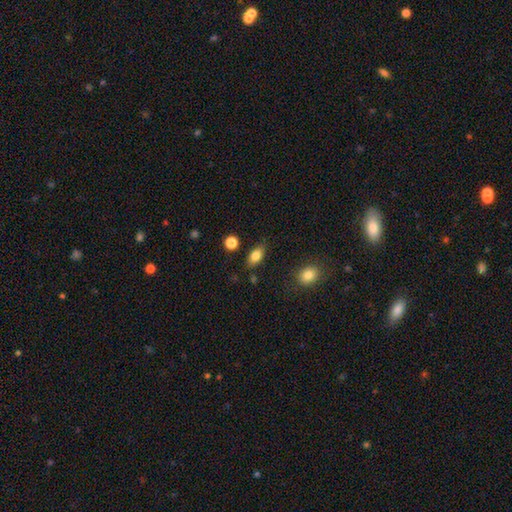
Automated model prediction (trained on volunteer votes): Morphology: type=smooth (82%); roundness=in between (85%); merging=none (80%).